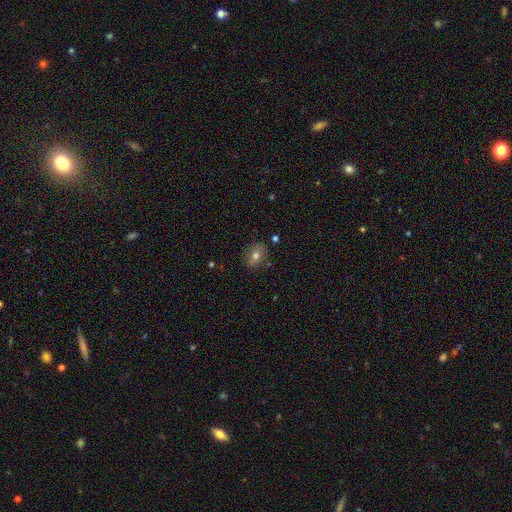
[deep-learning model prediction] Smooth or featured? Predicted: smooth (p=0.74). How rounded? Predicted: in between (p=0.63). Merging? Predicted: none (p=0.84).